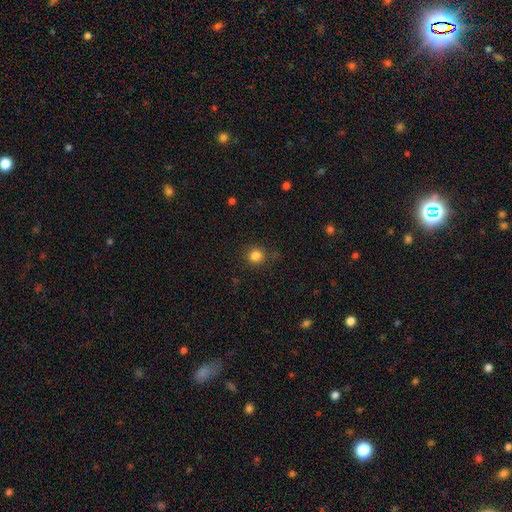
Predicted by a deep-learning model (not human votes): Q: Smooth or featured?
A: smooth (83%); runner-up: star or artifact (12%)
Q: How rounded?
A: round (91%); runner-up: in between (8%)
Q: Merging?
A: none (85%); runner-up: minor disturbance (10%)